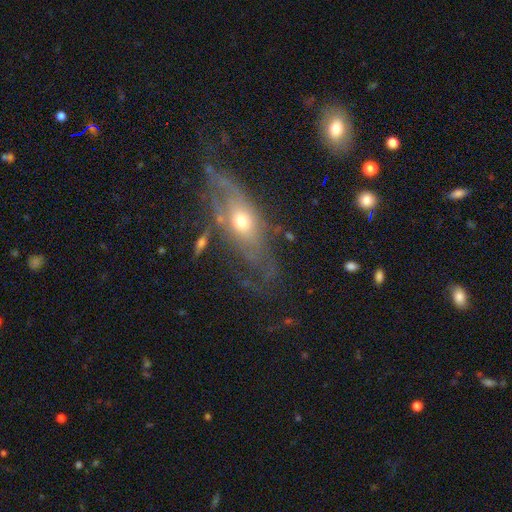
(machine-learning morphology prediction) smooth_or_featured: featured or disk (p=0.73) [alt: smooth p=0.16]
disk_edge_on: no (p=0.68) [alt: yes p=0.32]
merging: none (p=0.62) [alt: minor disturbance p=0.21]